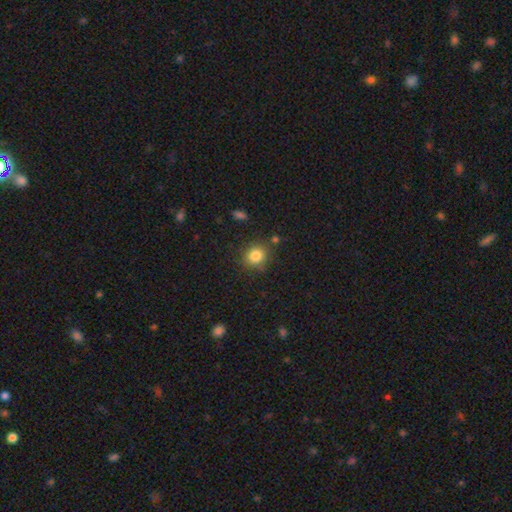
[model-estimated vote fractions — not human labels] A smooth galaxy with no disk features (83%) that is round (82%).

Vote fractions:
- Smooth or featured? smooth: 83% / star or artifact: 11% / featured or disk: 6%
- How rounded? round: 82% / in between: 17% / cigar-shaped: 1%
- Merging? none: 82% / minor disturbance: 11% / merger: 4% / major disturbance: 3%